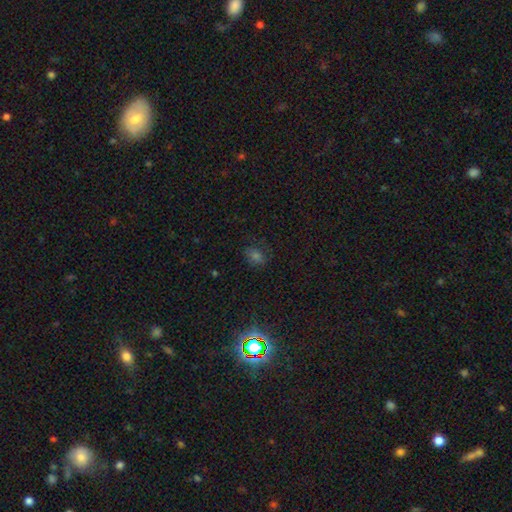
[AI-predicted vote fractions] Q: Smooth or featured?
A: smooth (51%); runner-up: star or artifact (38%)
Q: How rounded?
A: in between (54%); runner-up: round (44%)
Q: Merging?
A: none (77%); runner-up: minor disturbance (16%)